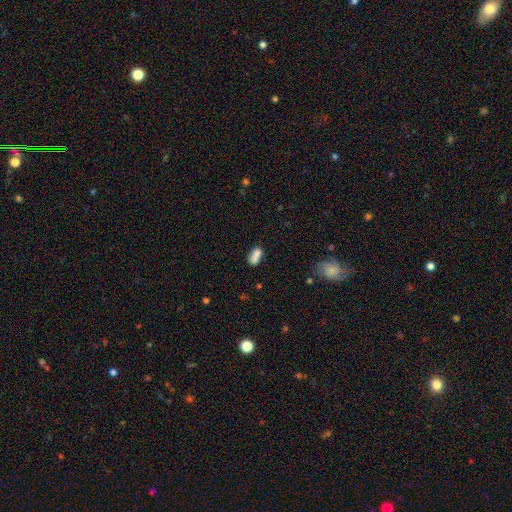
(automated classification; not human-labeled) smooth_or_featured: smooth (p=0.75) [alt: featured or disk p=0.15]
how_rounded: in between (p=0.77) [alt: round p=0.17]
merging: merger (p=0.52) [alt: none p=0.29]